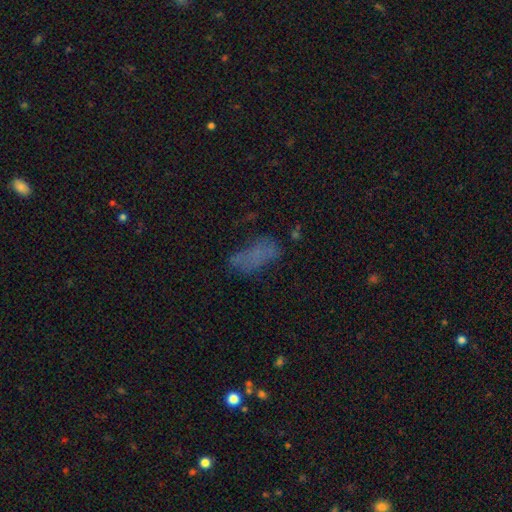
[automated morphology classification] A smooth galaxy with no disk features (58%) that is in between round and cigar-shaped (78%). Merging: none (53%).